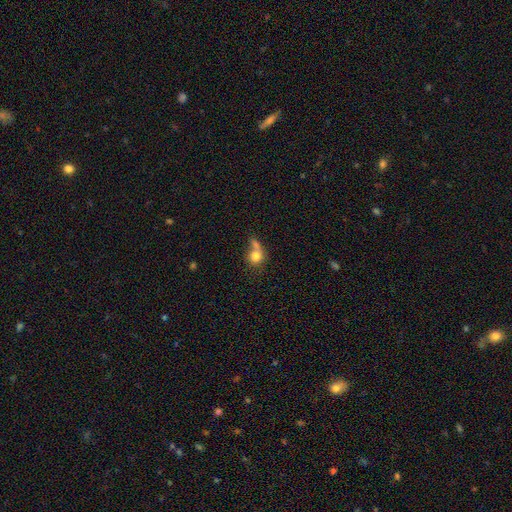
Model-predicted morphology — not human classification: Q: Smooth or featured?
A: smooth (77%); runner-up: featured or disk (14%)
Q: How rounded?
A: round (75%); runner-up: in between (23%)
Q: Merging?
A: merger (45%); runner-up: none (31%)